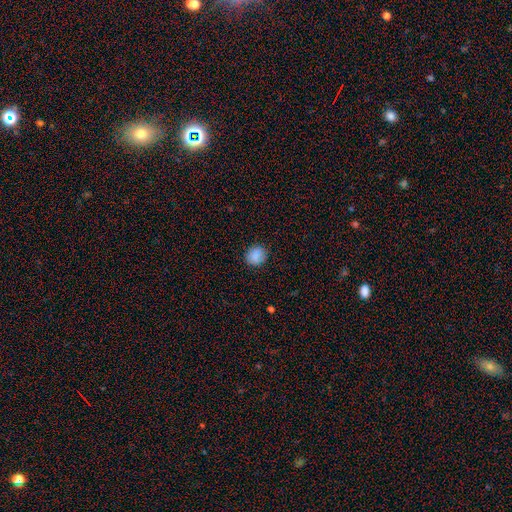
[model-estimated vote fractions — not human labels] Q: Smooth or featured?
A: smooth (86%); runner-up: star or artifact (8%)
Q: How rounded?
A: round (82%); runner-up: in between (17%)
Q: Merging?
A: none (87%); runner-up: minor disturbance (10%)